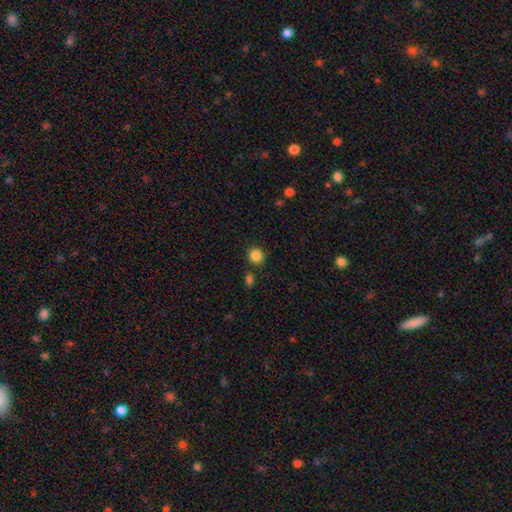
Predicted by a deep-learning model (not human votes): smooth_or_featured: smooth (p=0.86) [alt: star or artifact p=0.10]
how_rounded: round (p=0.89) [alt: in between p=0.10]
merging: none (p=0.85) [alt: minor disturbance p=0.08]